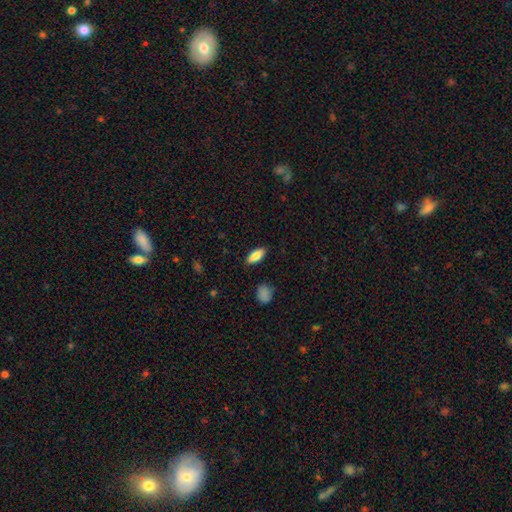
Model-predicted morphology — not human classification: smooth 85%, featured or disk 8%, star or artifact 7%. Down the decision tree: how rounded — in between (80%); merging — none (87%).